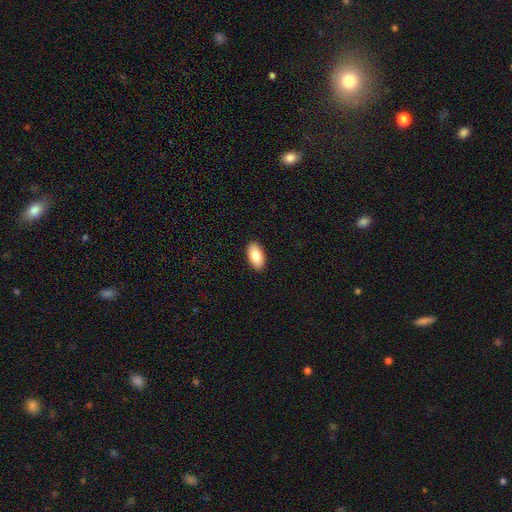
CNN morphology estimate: This is clearly a smooth galaxy (82%). How rounded: clearly in between (95%). Merging: clearly none (91%).